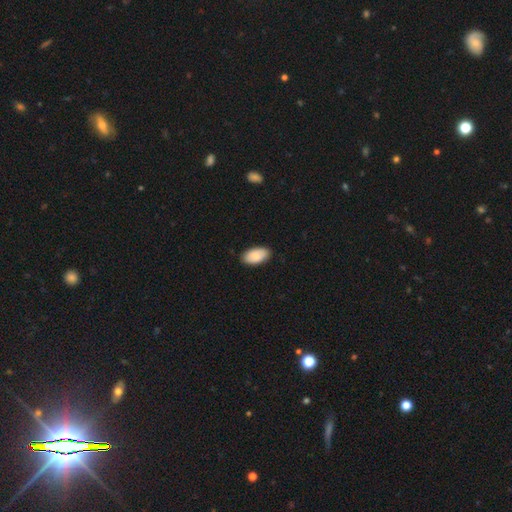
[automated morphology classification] Smooth or featured? smooth (89%)
How rounded? in between (96%)
Merging? none (86%)